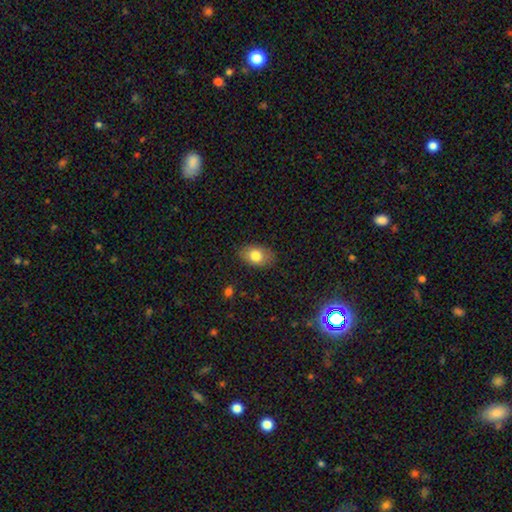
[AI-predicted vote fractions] Q: Smooth or featured?
A: smooth (80%); runner-up: featured or disk (12%)
Q: How rounded?
A: in between (86%); runner-up: round (13%)
Q: Merging?
A: none (83%); runner-up: minor disturbance (13%)